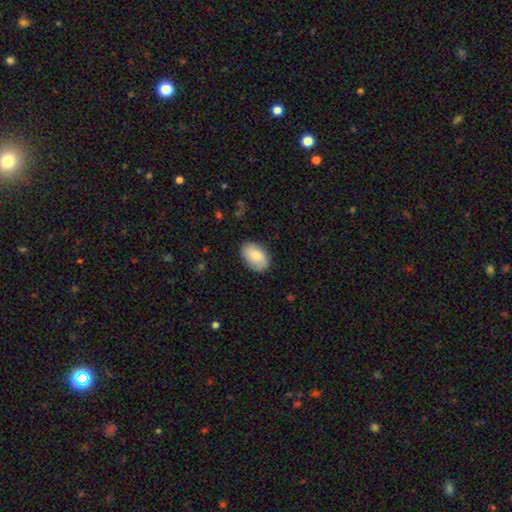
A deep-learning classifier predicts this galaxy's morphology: smooth-or-featured: smooth: 77% | featured or disk: 16% | star or artifact: 6%
  how-rounded: in between: 89% | round: 9% | cigar-shaped: 1%
  merging: none: 80% | minor disturbance: 15% | major disturbance: 4% | merger: 1%